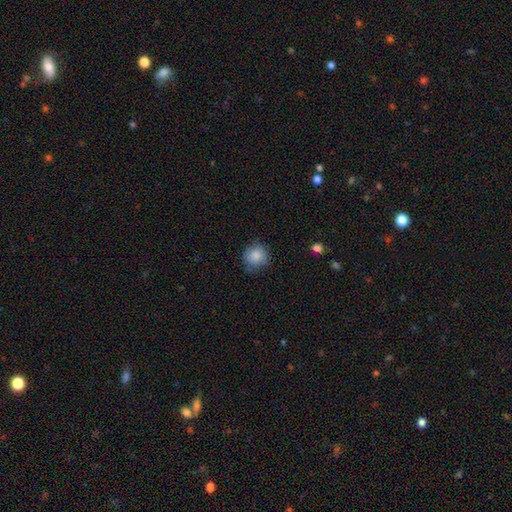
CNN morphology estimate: Q: Smooth or featured?
A: smooth (85%); runner-up: star or artifact (8%)
Q: How rounded?
A: round (90%); runner-up: in between (9%)
Q: Merging?
A: none (77%); runner-up: minor disturbance (18%)